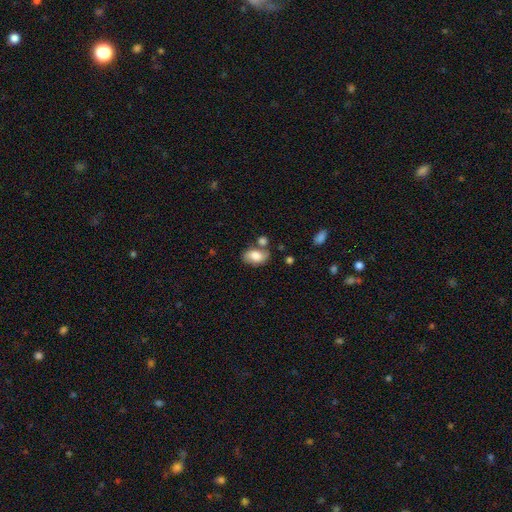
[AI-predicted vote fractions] Smooth or featured: smooth — 75% (featured or disk — 17%)
How rounded: in between — 87% (round — 11%)
Merging: none — 59% (minor disturbance — 18%)